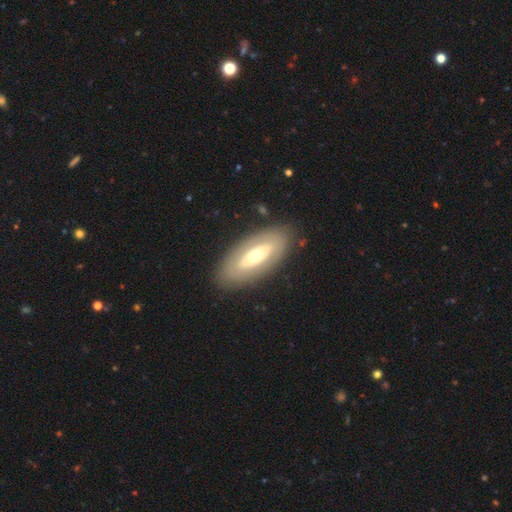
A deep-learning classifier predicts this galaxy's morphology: Smooth or featured?
  - featured or disk: 55% *
  - smooth: 40%
  - star or artifact: 5%
Edge-on disk?
  - no: 82% *
  - yes: 18%
Merging?
  - none: 85% *
  - minor disturbance: 10%
  - major disturbance: 4%
  - merger: 1%